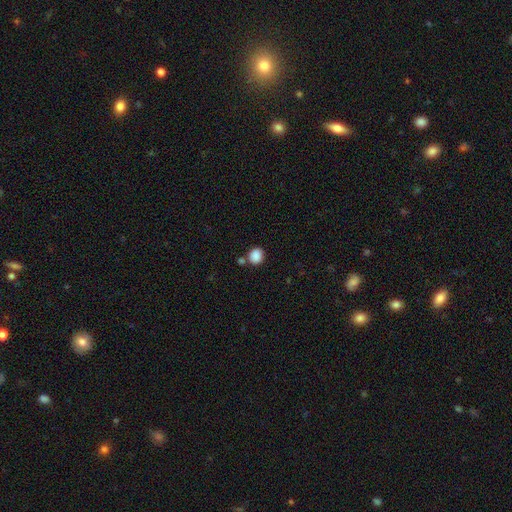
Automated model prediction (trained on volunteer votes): Morphology: type=smooth (88%); roundness=round (76%); merging=none (72%).